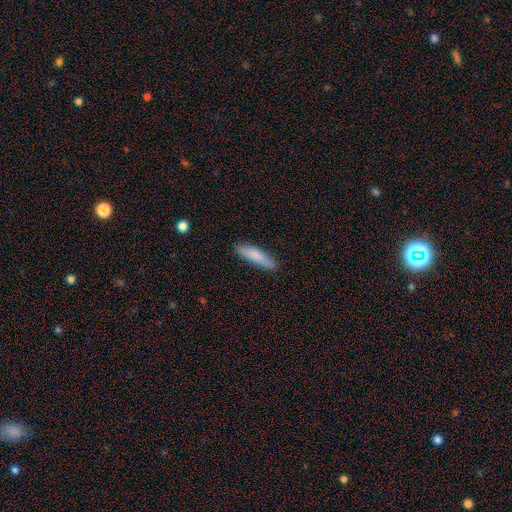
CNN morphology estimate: A smooth galaxy with no disk features (82%) that is cigar-shaped (74%).

Vote fractions:
- Smooth or featured? smooth: 82% / featured or disk: 13% / star or artifact: 5%
- How rounded? cigar-shaped: 74% / in between: 24% / round: 1%
- Merging? none: 86% / minor disturbance: 11% / major disturbance: 2% / merger: 1%